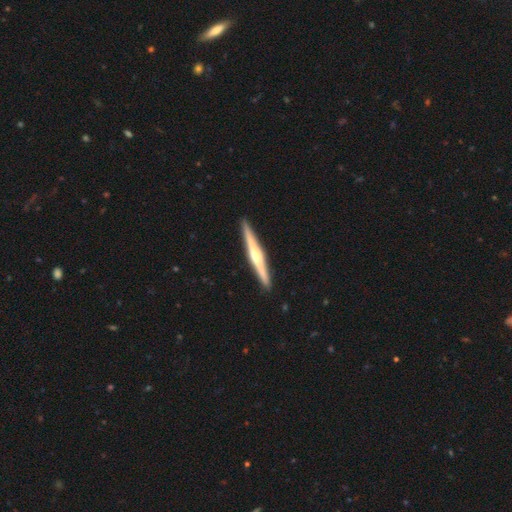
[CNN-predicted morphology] Smooth or featured? Predicted: featured or disk (p=0.73). Edge-on disk? Predicted: yes (p=0.98). Edge-on bulge? Predicted: rounded (p=0.80). Merging? Predicted: none (p=0.92).